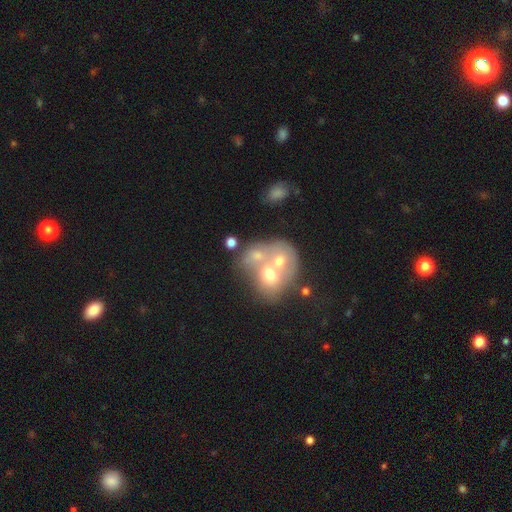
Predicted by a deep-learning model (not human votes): This is possibly a smooth galaxy (51%). How rounded: possibly round (55%). Merging: likely merger (72%).